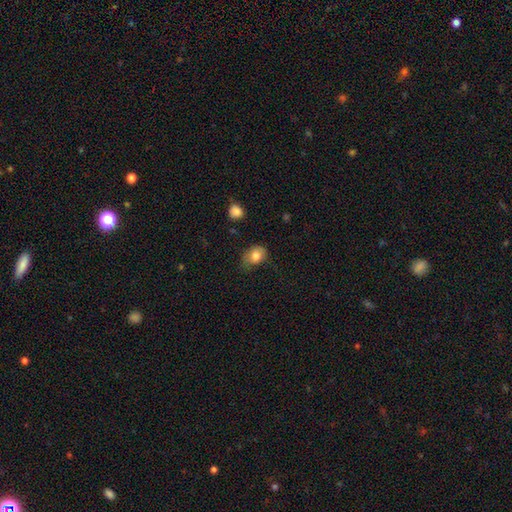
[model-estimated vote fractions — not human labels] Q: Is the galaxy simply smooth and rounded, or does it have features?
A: smooth — 81%.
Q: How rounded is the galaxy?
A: in between — 59%.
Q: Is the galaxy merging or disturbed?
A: none — 45%.